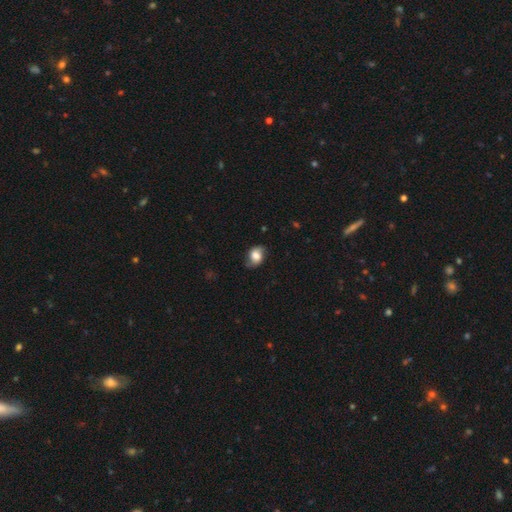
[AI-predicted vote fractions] smooth-or-featured: smooth: 67% | featured or disk: 25% | star or artifact: 8%
  how-rounded: in between: 70% | round: 29% | cigar-shaped: 1%
  merging: none: 70% | minor disturbance: 22% | major disturbance: 6% | merger: 1%